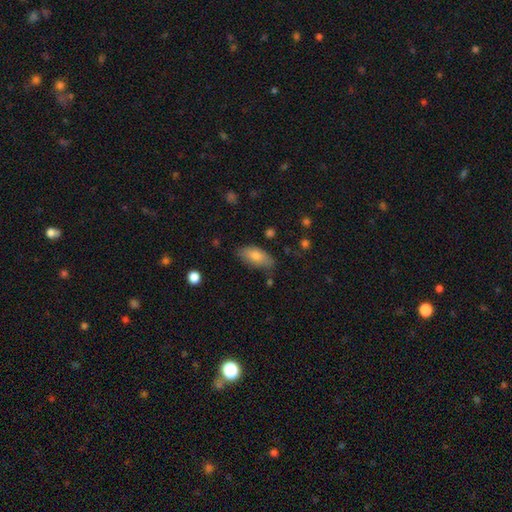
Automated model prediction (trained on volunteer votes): A smooth galaxy with no disk features (77%) that is in between round and cigar-shaped (87%).

Vote fractions:
- Smooth or featured? smooth: 77% / featured or disk: 15% / star or artifact: 8%
- How rounded? in between: 87% / cigar-shaped: 10% / round: 3%
- Merging? none: 73% / minor disturbance: 20% / major disturbance: 4% / merger: 3%